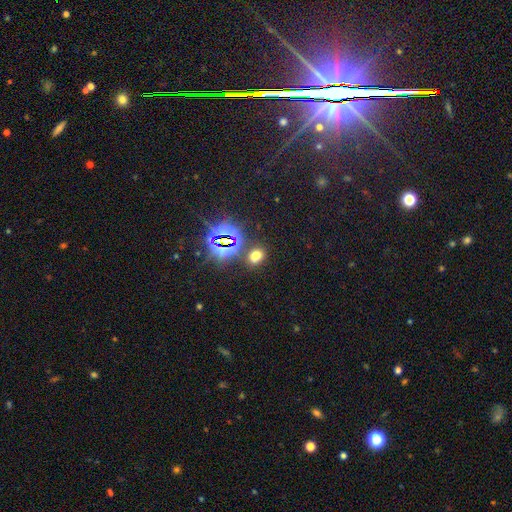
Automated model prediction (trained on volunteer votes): smooth 58%, star or artifact 35%, featured or disk 7%. Down the decision tree: how rounded — in between (62%); merging — none (81%).